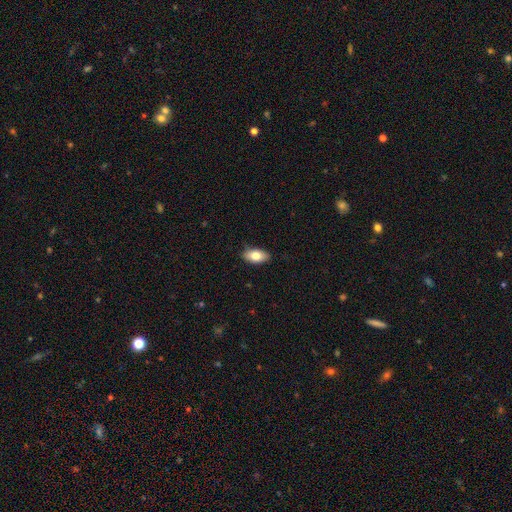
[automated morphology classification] Smooth or featured?
  - smooth: 80% *
  - featured or disk: 13%
  - star or artifact: 7%
How rounded?
  - in between: 92% *
  - round: 5%
  - cigar-shaped: 4%
Merging?
  - none: 86% *
  - minor disturbance: 12%
  - major disturbance: 2%
  - merger: 1%